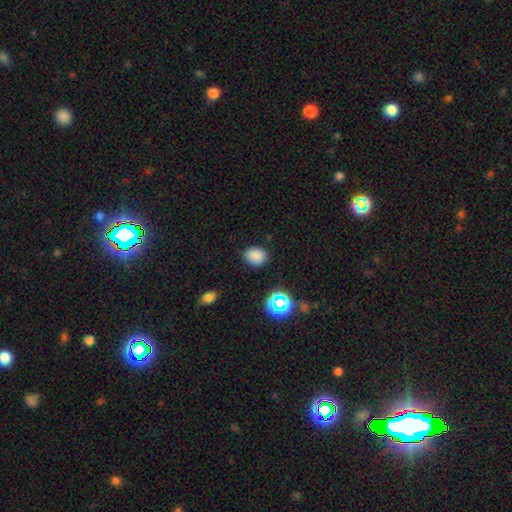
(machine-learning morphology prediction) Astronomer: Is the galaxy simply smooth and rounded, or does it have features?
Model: smooth — 81%.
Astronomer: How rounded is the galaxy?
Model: in between — 51% (runner-up: round, 48%).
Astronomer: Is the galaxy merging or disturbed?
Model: none — 85%.